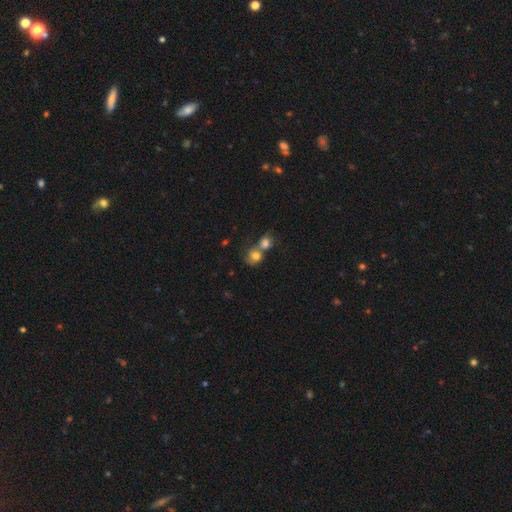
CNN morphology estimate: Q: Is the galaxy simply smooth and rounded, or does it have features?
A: smooth — 74%.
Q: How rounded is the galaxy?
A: round — 69%.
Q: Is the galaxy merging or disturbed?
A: merger — 63%.